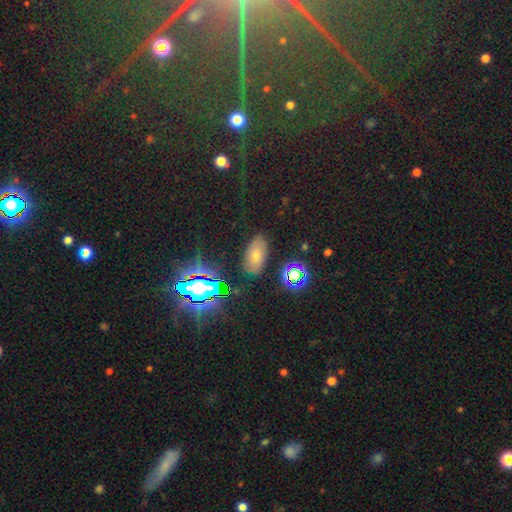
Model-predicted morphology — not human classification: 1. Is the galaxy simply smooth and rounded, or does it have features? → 43% smooth (tied), 43% star or artifact (tied), 14% featured or disk.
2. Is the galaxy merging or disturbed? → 86% none, 9% minor disturbance, 3% major disturbance, 2% merger.